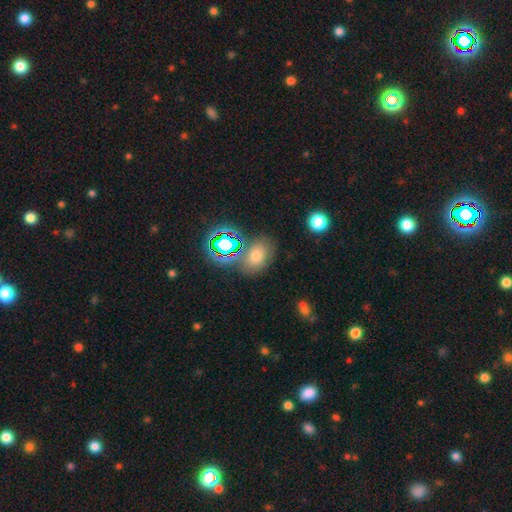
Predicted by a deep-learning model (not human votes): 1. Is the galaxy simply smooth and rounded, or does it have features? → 62% smooth, 26% star or artifact, 12% featured or disk.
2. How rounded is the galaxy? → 69% in between, 30% round, 1% cigar-shaped.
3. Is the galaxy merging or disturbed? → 71% none, 13% minor disturbance, 11% merger, 5% major disturbance.